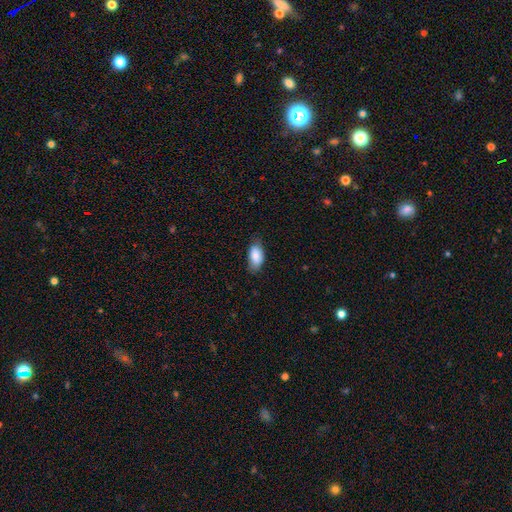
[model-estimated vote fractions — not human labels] Smooth or featured?
  - smooth: 86% *
  - featured or disk: 8%
  - star or artifact: 7%
How rounded?
  - in between: 92% *
  - cigar-shaped: 4%
  - round: 4%
Merging?
  - none: 72% *
  - minor disturbance: 22%
  - major disturbance: 4%
  - merger: 1%